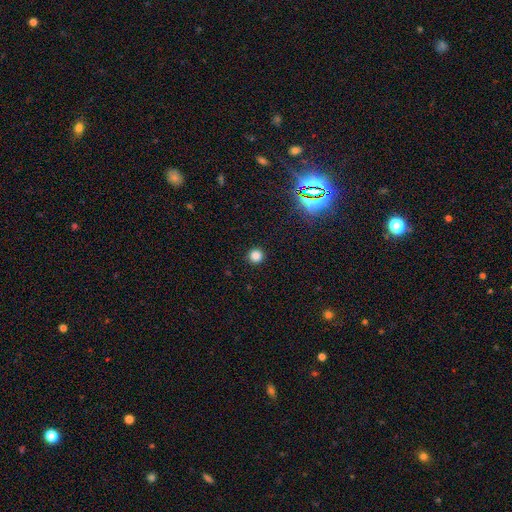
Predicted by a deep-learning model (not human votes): A smooth galaxy with no disk features (83%) that is round (95%).

Vote fractions:
- Smooth or featured? smooth: 83% / star or artifact: 14% / featured or disk: 3%
- How rounded? round: 95% / in between: 4% / cigar-shaped: 1%
- Merging? none: 93% / minor disturbance: 4% / major disturbance: 2% / merger: 1%